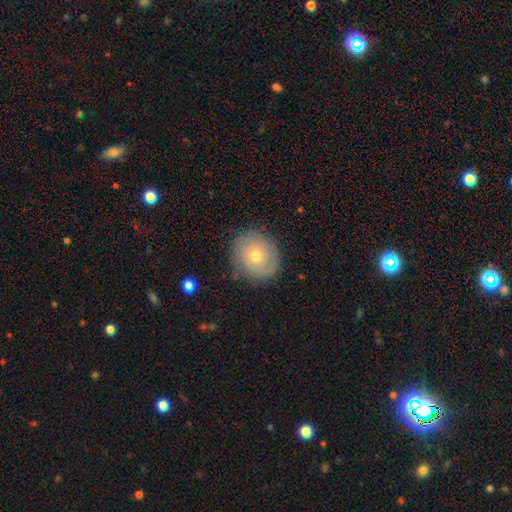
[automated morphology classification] type=featured or disk (49%); merging=none (83%).